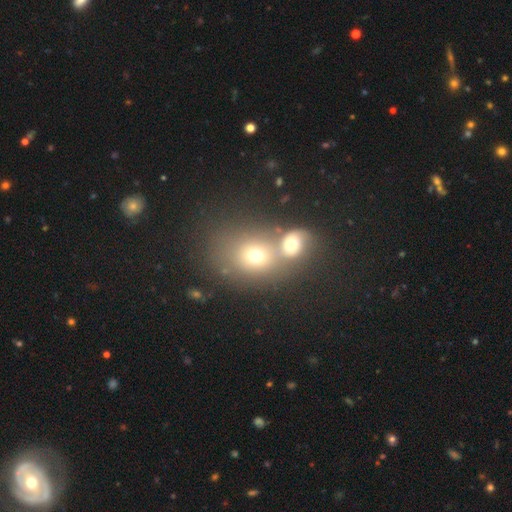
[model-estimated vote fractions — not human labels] Smooth or featured? smooth (64%)
How rounded? round (63%)
Merging? merger (57%)